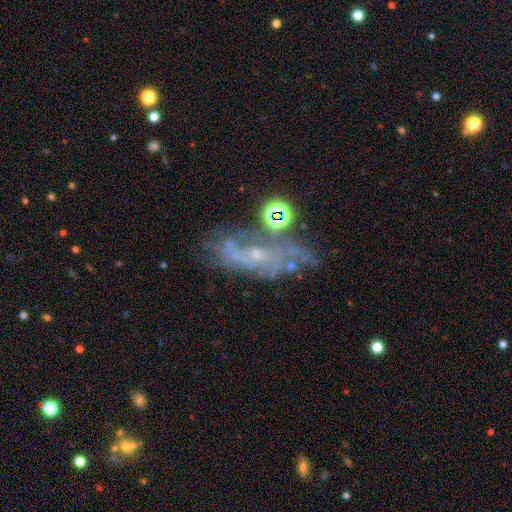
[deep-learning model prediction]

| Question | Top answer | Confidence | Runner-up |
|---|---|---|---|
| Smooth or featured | featured or disk | 67% | star or artifact (18%) |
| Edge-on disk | no | 88% | yes (12%) |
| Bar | no | 66% | weak (27%) |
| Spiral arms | yes | 69% | no (31%) |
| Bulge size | small | 71% | moderate (15%) |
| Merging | none | 47% | minor disturbance (20%) |